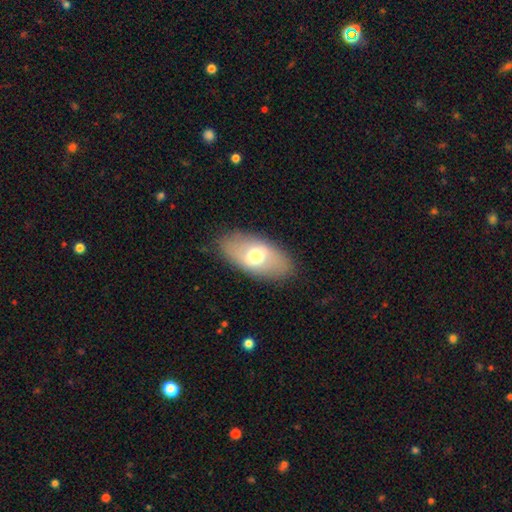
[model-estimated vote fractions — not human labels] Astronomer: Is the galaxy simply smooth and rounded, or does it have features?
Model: smooth — 60%.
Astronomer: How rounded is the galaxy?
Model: in between — 91%.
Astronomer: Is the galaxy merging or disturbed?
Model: none — 85%.